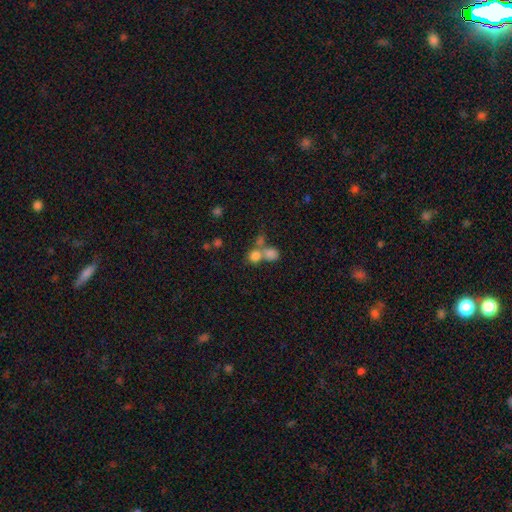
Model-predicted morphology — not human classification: smooth_or_featured: smooth (p=0.76) [alt: star or artifact p=0.13]
how_rounded: round (p=0.77) [alt: in between p=0.21]
merging: merger (p=0.51) [alt: none p=0.38]